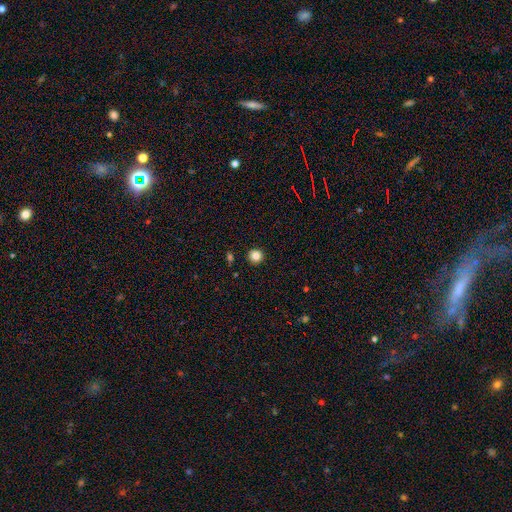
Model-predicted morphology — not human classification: type=smooth (85%); roundness=round (95%); merging=none (93%).